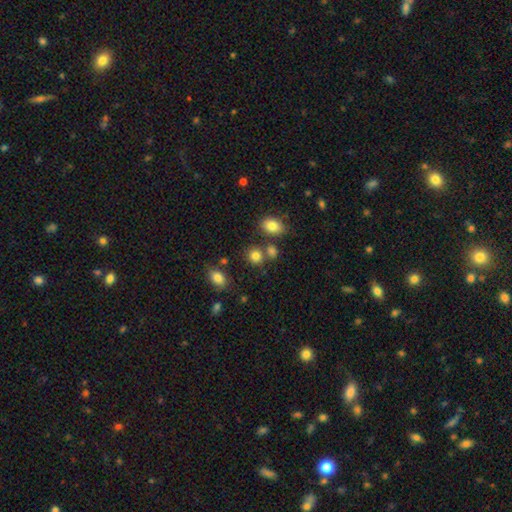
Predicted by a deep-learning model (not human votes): smooth_or_featured: smooth (p=0.83) [alt: star or artifact p=0.12]
how_rounded: round (p=0.77) [alt: in between p=0.22]
merging: none (p=0.72) [alt: merger p=0.14]